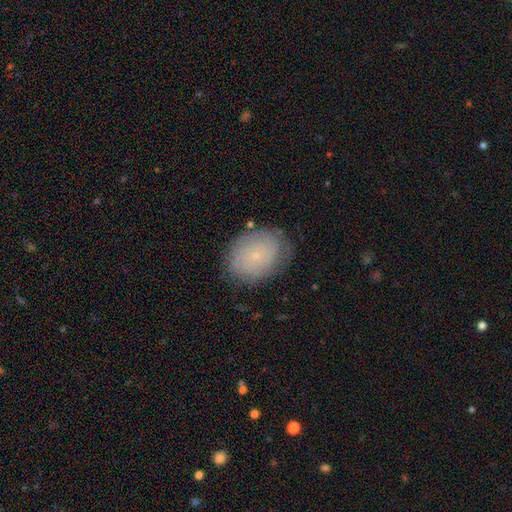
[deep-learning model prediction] This appears to be a smooth galaxy with no disk features (50%) that is in between round and cigar-shaped (63%). Merging: none (75%).